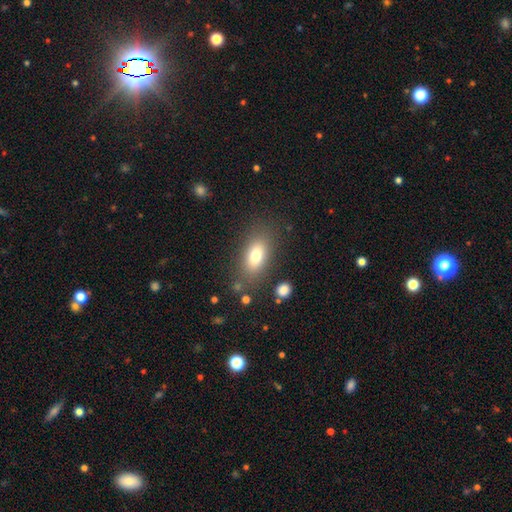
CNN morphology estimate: Smooth or featured: smooth — 76% (featured or disk — 14%)
How rounded: in between — 84% (round — 8%)
Merging: none — 78% (minor disturbance — 13%)